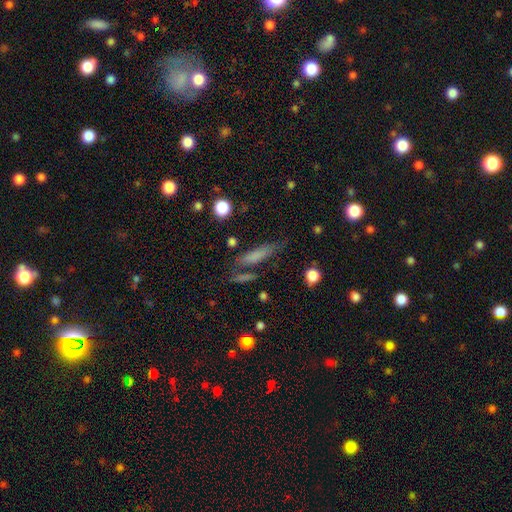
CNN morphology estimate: Smooth or featured? Predicted: smooth (p=0.67). How rounded? Predicted: cigar-shaped (p=0.76). Merging? Predicted: none (p=0.66).